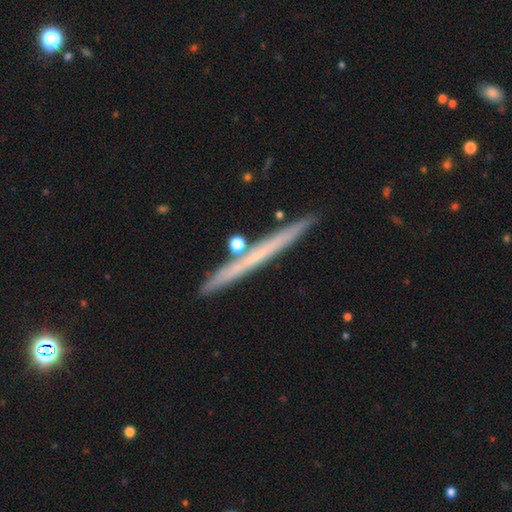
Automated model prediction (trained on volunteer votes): A featured or disk galaxy (53%) viewed edge-on (96%) with no central bulge (87%).

Vote fractions:
- Smooth or featured? featured or disk: 53% / smooth: 40% / star or artifact: 7%
- Edge-on disk? yes: 96% / no: 4%
- Edge-on bulge? none: 87% / rounded: 10% / boxy: 3%
- Merging? none: 88% / minor disturbance: 7% / merger: 4% / major disturbance: 2%